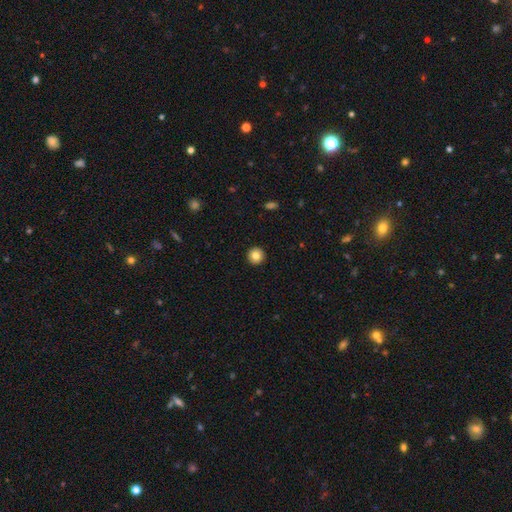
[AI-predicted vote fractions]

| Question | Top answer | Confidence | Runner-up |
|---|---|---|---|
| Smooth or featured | smooth | 82% | star or artifact (9%) |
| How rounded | round | 96% | in between (3%) |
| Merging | none | 93% | minor disturbance (4%) |